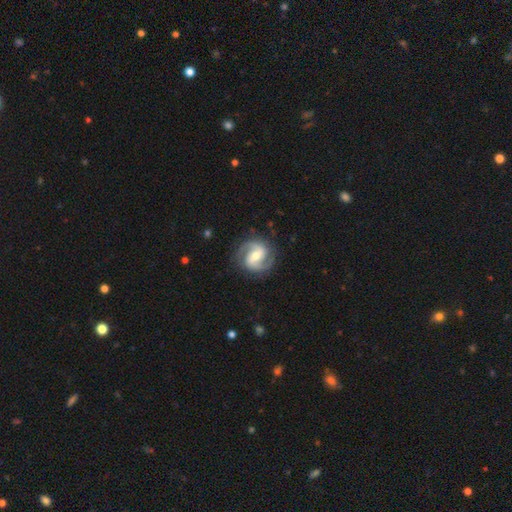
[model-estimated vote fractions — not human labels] A featured or disk galaxy (89%) with a weak bar (44%), 2 (92%) medium (56%) spiral arms (98%) and a moderate central bulge (60%). Merging: none (85%).